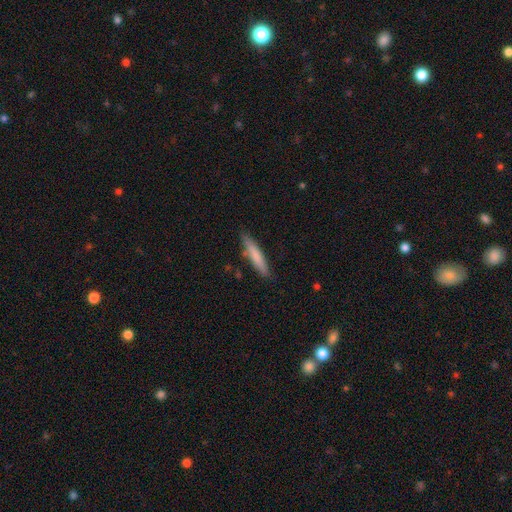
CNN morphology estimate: Smooth or featured? Predicted: smooth (p=0.75). How rounded? Predicted: cigar-shaped (p=0.89). Merging? Predicted: none (p=0.83).